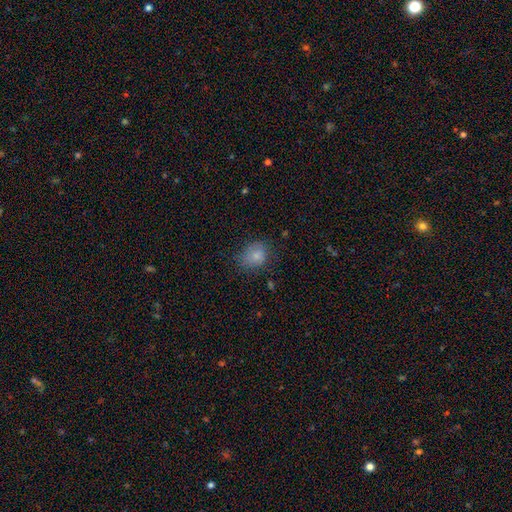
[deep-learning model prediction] smooth-or-featured: smooth: 80% | star or artifact: 11% | featured or disk: 10%
  how-rounded: in between: 51% | round: 48% | cigar-shaped: 1%
  merging: none: 63% | minor disturbance: 25% | major disturbance: 10% | merger: 2%